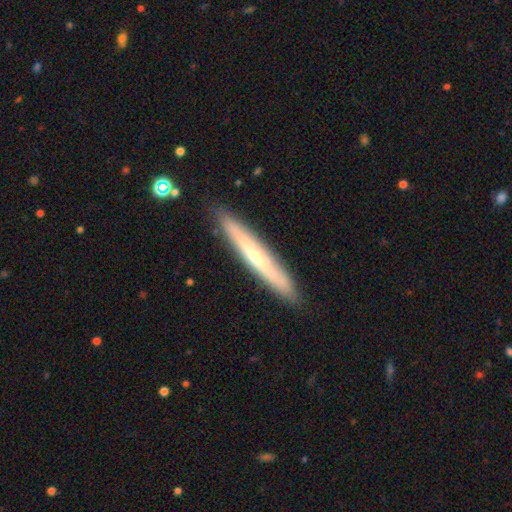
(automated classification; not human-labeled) Smooth or featured: featured or disk — 54% (smooth — 40%)
Edge-on disk: yes — 90% (no — 10%)
Merging: none — 89% (minor disturbance — 8%)